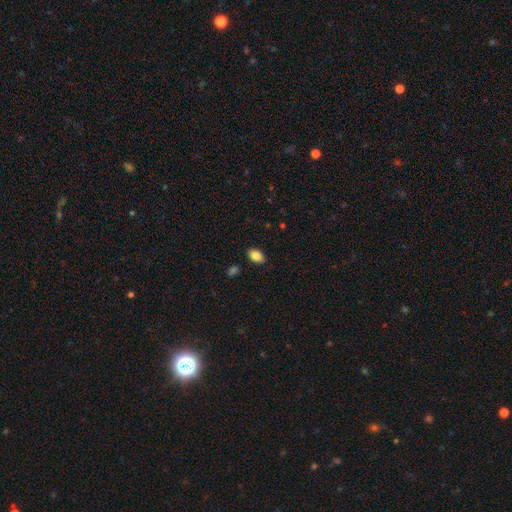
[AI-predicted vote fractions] A smooth galaxy with no disk features (85%) that is in between round and cigar-shaped (89%). Merging: none (88%).